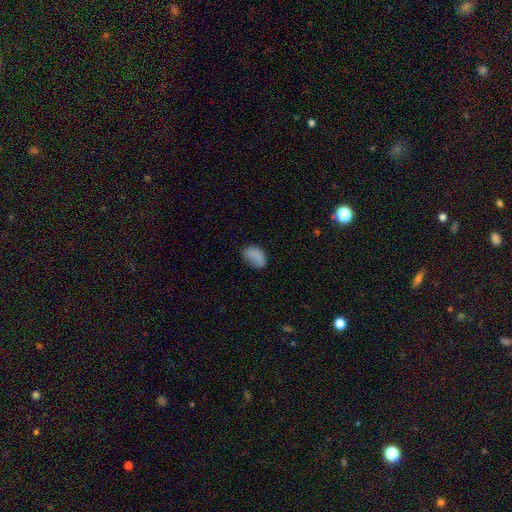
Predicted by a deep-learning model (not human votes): smooth 80%, featured or disk 11%, star or artifact 10%. Down the decision tree: how rounded — in between (87%); merging — none (55%).